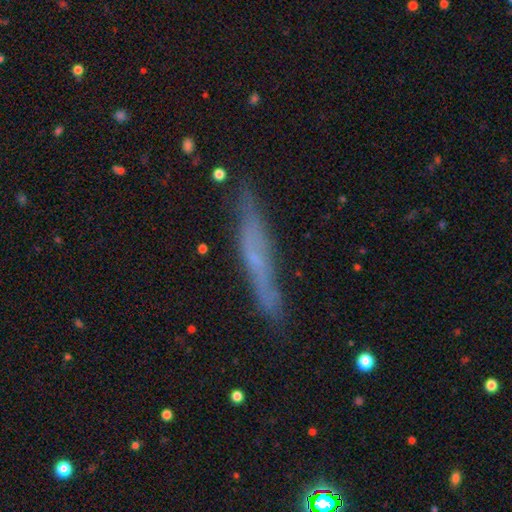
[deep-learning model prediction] featured or disk 48%, smooth 42%, star or artifact 10%. Down the decision tree: merging — none (79%).